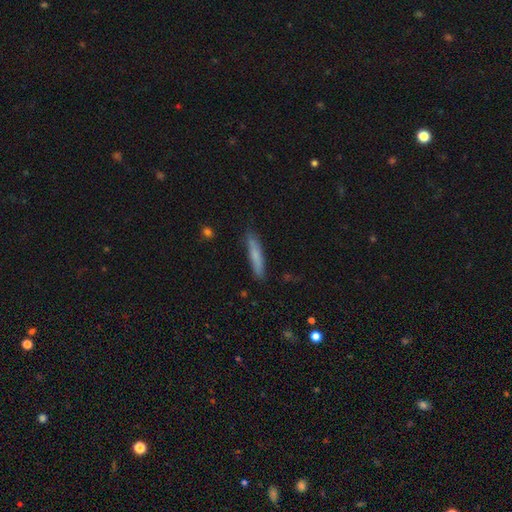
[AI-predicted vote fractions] Overall: smooth (75%). How rounded: cigar-shaped (90%). Merging: none (83%).